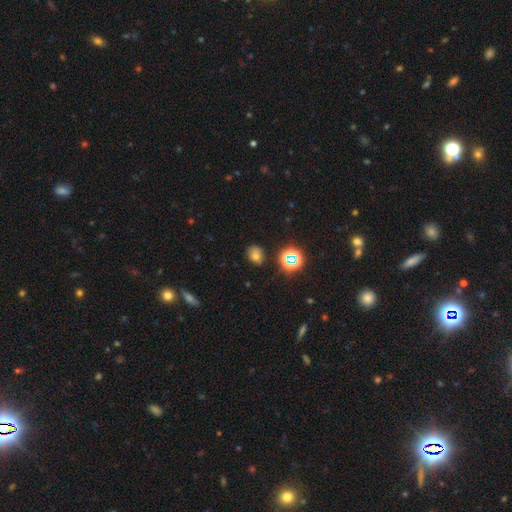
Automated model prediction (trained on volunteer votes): Overall: smooth (66%). How rounded: round (52%; in between 47%). Merging: none (81%).